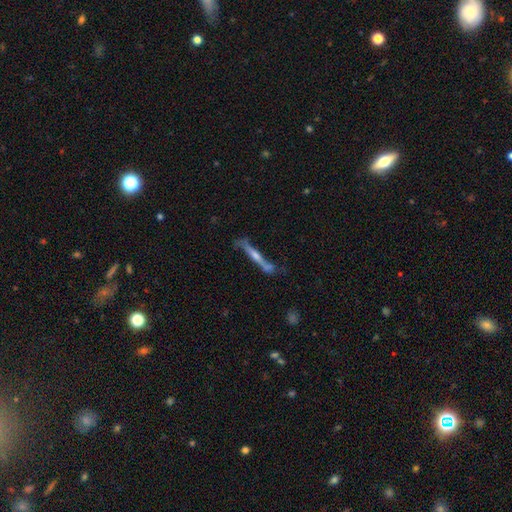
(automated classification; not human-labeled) Smooth or featured? featured or disk (70%)
Edge-on disk? yes (91%)
Edge-on bulge? rounded (72%)
Merging? none (61%)